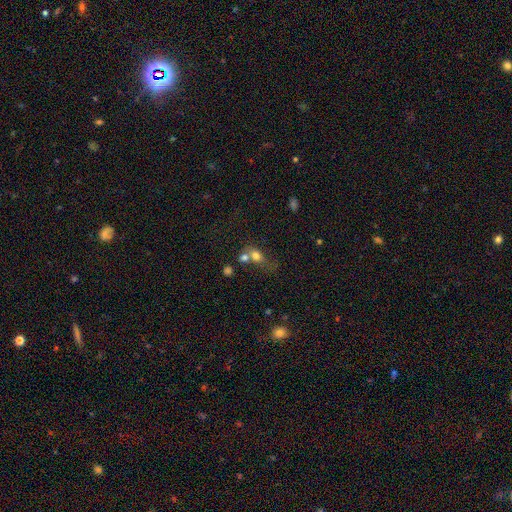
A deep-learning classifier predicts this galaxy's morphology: Smooth or featured? smooth (73%)
How rounded? in between (58%)
Merging? merger (49%)